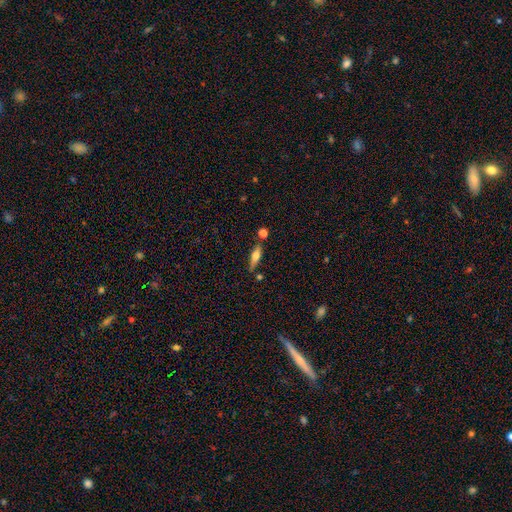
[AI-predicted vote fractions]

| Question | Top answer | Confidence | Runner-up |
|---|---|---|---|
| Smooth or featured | smooth | 50% | featured or disk (43%) |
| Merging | none | 71% | minor disturbance (15%) |